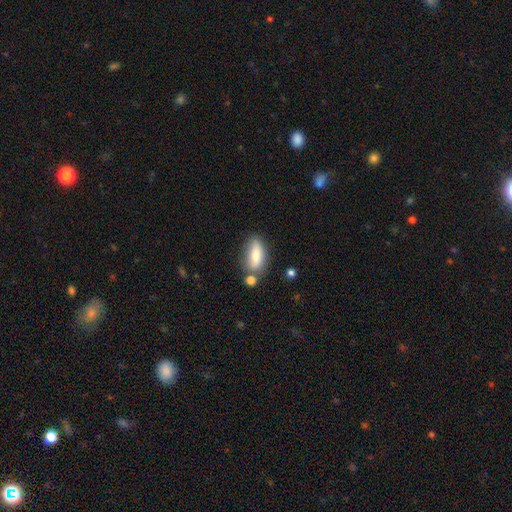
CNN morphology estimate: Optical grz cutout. It shows a smooth galaxy with no disk features (78%) that is in between round and cigar-shaped (80%). Merging: none (58%).